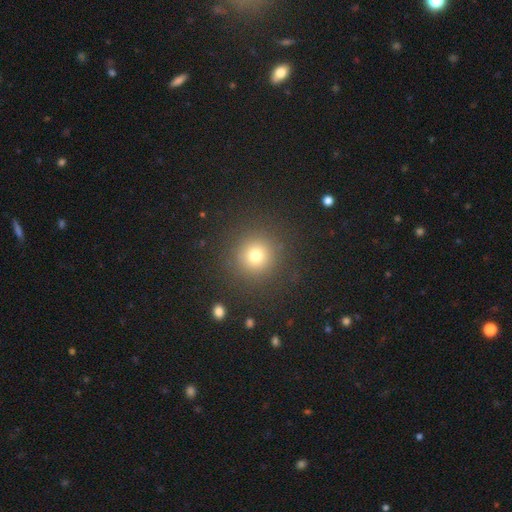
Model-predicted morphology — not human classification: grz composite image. It shows a smooth galaxy with no disk features (75%) that is round (94%). Merging: none (88%).